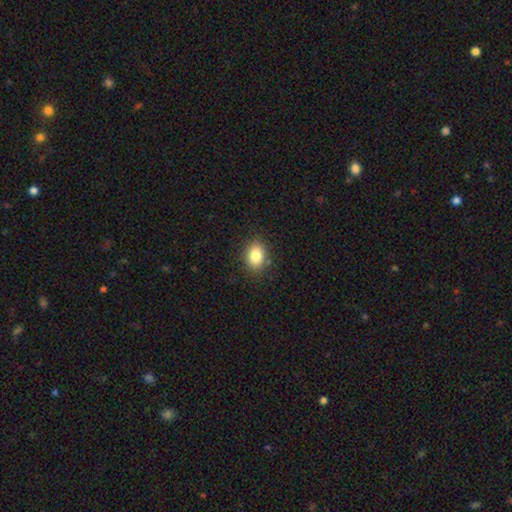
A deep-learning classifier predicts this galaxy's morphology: smooth-or-featured: smooth: 84% | star or artifact: 9% | featured or disk: 7%
  how-rounded: in between: 69% | round: 30% | cigar-shaped: 1%
  merging: none: 85% | minor disturbance: 10% | major disturbance: 3% | merger: 1%